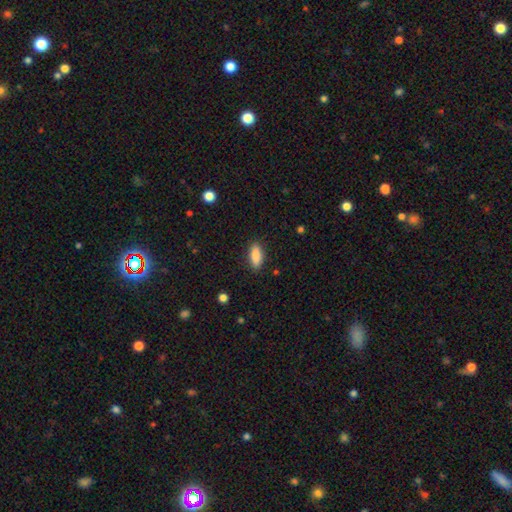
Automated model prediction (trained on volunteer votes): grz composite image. It shows a smooth galaxy with no disk features (87%) that is in between round and cigar-shaped (78%). Merging: none (88%).